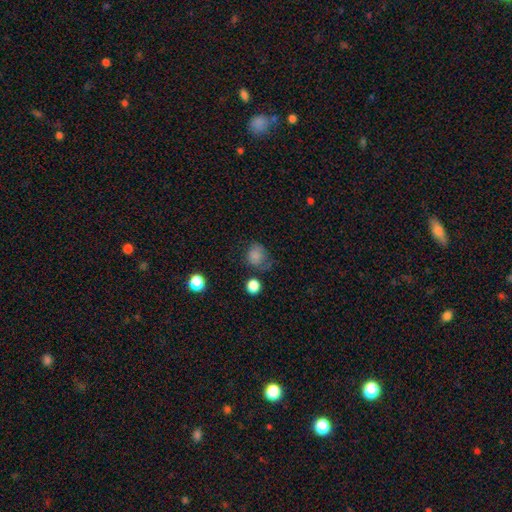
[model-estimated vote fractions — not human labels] Smooth or featured? Predicted: smooth (p=0.79). How rounded? Predicted: round (p=0.73). Merging? Predicted: none (p=0.52).